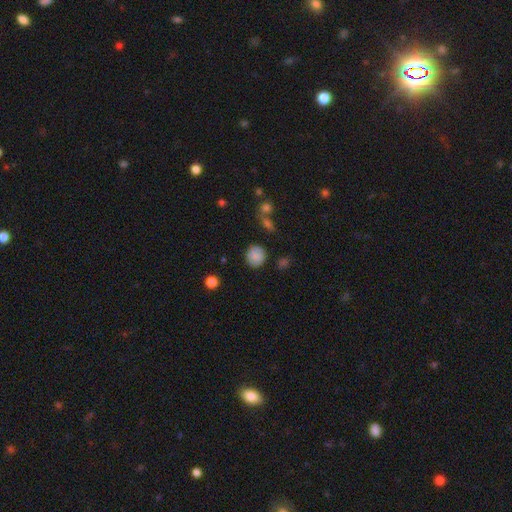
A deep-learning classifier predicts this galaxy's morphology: type=smooth (80%); roundness=round (86%); merging=none (81%).